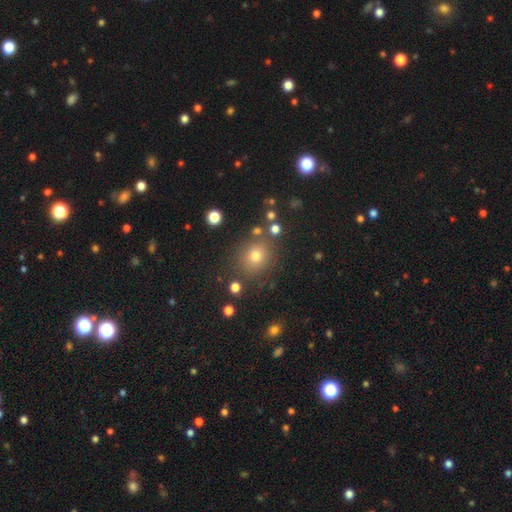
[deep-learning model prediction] This appears to be a smooth galaxy with no disk features (72%) that is round (80%). Merging: none (81%).